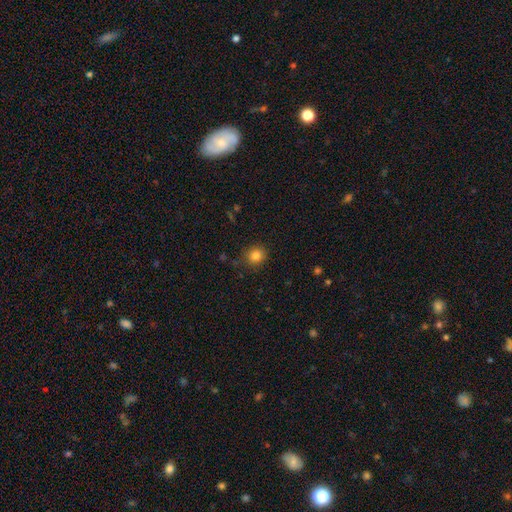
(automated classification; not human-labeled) This is clearly a smooth galaxy (83%). How rounded: clearly round (82%). Merging: clearly none (86%).